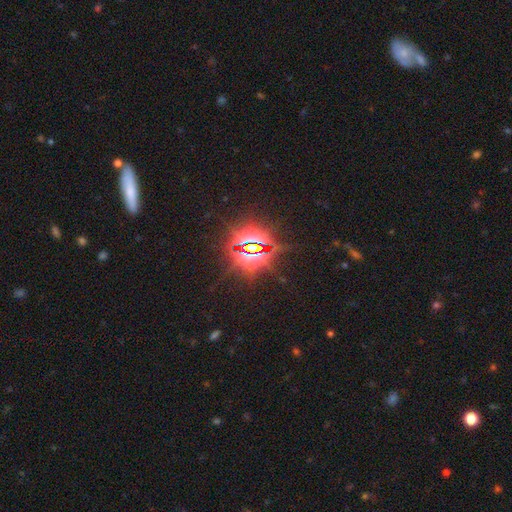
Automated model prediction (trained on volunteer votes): smooth_or_featured: star or artifact (p=0.84) [alt: smooth p=0.08]